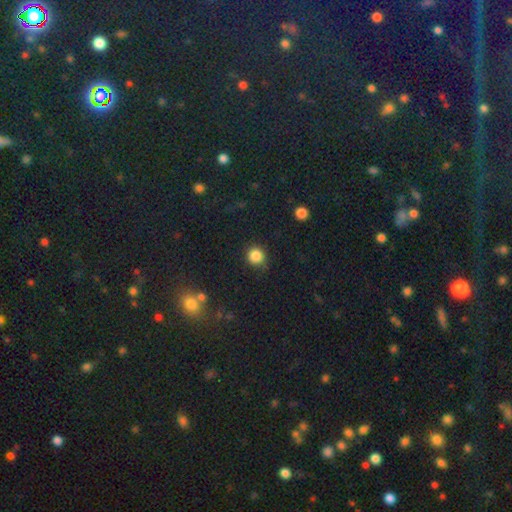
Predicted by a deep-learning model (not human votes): Morphology: type=smooth (85%); roundness=round (91%); merging=none (86%).